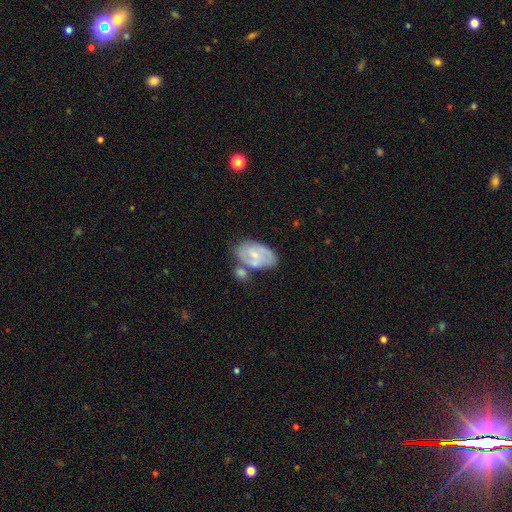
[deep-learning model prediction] Overall: featured or disk (49%; smooth 45%). Merging: none (42%; merger 28%).